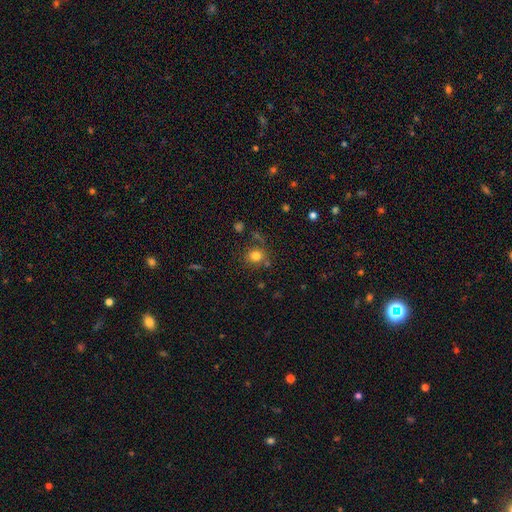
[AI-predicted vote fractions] Smooth or featured: smooth — 79% (star or artifact — 14%)
How rounded: round — 83% (in between — 16%)
Merging: none — 75% (minor disturbance — 12%)